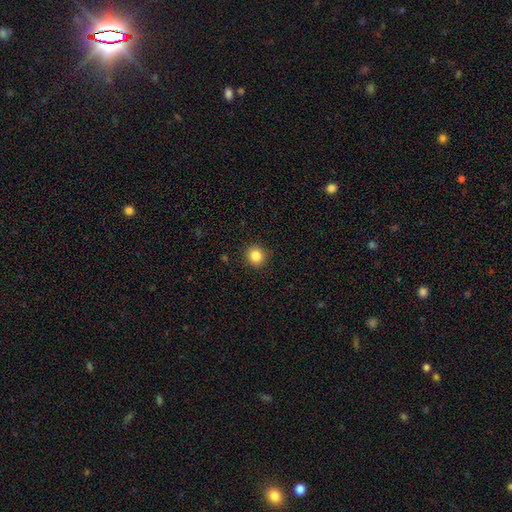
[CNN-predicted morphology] This is clearly a smooth galaxy (85%). How rounded: clearly round (91%). Merging: clearly none (91%).